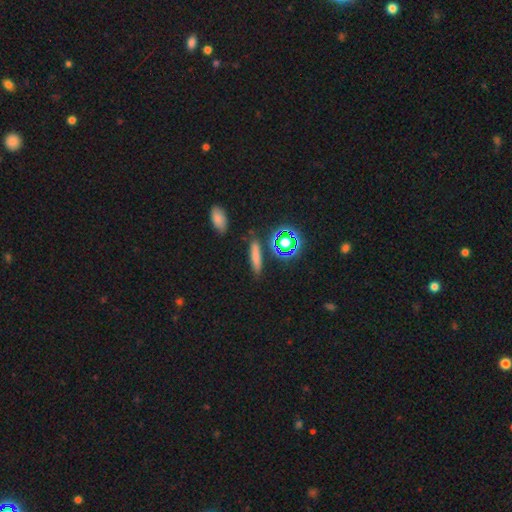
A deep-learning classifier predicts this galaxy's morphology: Smooth or featured? Predicted: smooth (p=0.72). How rounded? Predicted: cigar-shaped (p=0.73). Merging? Predicted: none (p=0.84).